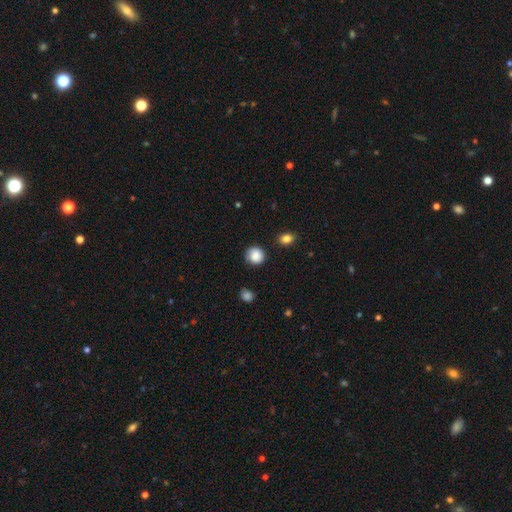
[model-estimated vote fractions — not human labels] Smooth or featured?
  - smooth: 85% *
  - star or artifact: 9%
  - featured or disk: 6%
How rounded?
  - round: 86% *
  - in between: 13%
  - cigar-shaped: 1%
Merging?
  - none: 76% *
  - minor disturbance: 18%
  - major disturbance: 4%
  - merger: 2%